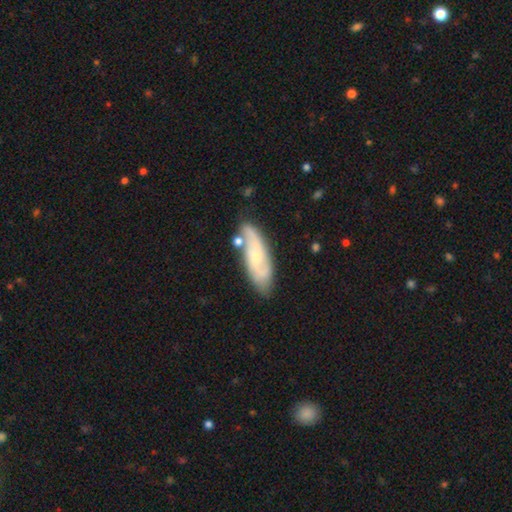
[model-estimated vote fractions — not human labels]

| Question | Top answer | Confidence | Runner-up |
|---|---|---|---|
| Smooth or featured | featured or disk | 61% | smooth (32%) |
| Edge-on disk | no | 85% | yes (15%) |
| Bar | no | 65% | weak (29%) |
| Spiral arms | yes | 86% | no (14%) |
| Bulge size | small | 64% | moderate (30%) |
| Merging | none | 70% | minor disturbance (17%) |